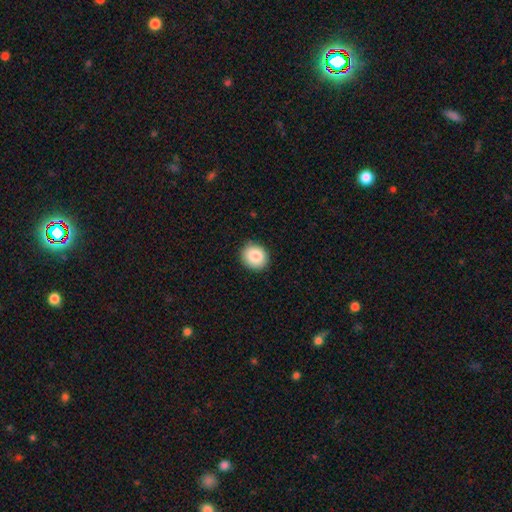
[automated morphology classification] Q: Smooth or featured?
A: smooth (86%); runner-up: star or artifact (8%)
Q: How rounded?
A: round (75%); runner-up: in between (24%)
Q: Merging?
A: none (89%); runner-up: minor disturbance (8%)